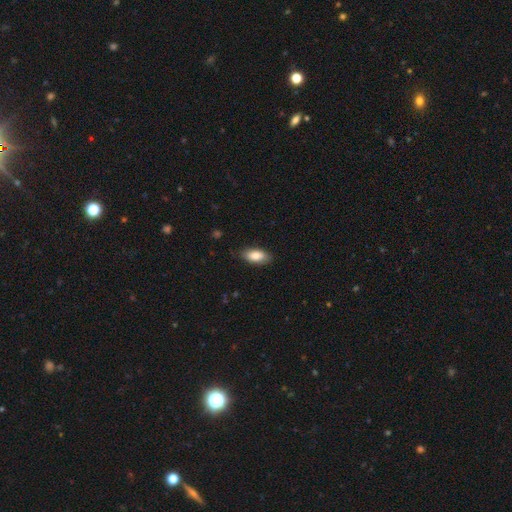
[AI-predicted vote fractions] Smooth or featured: smooth — 86% (featured or disk — 8%)
How rounded: in between — 90% (cigar-shaped — 8%)
Merging: none — 82% (minor disturbance — 14%)